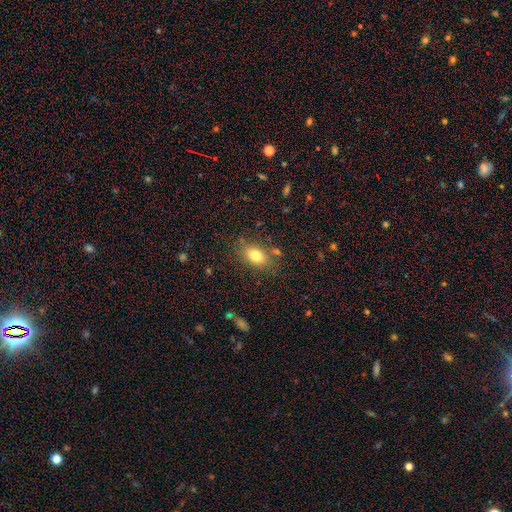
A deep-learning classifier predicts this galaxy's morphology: Q: Smooth or featured?
A: smooth (77%); runner-up: featured or disk (13%)
Q: How rounded?
A: in between (79%); runner-up: round (19%)
Q: Merging?
A: none (76%); runner-up: minor disturbance (14%)